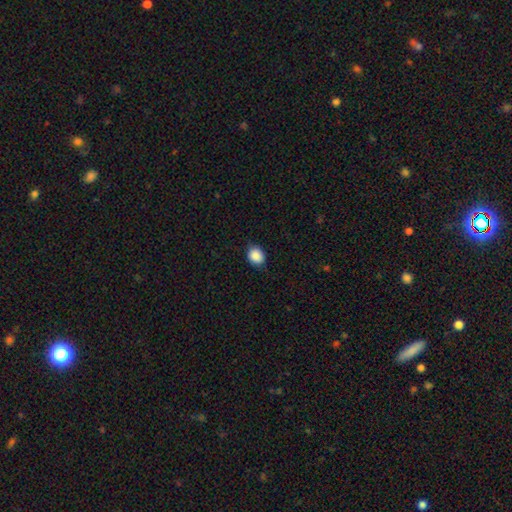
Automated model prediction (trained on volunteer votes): Overall: smooth (88%). How rounded: round (62%; in between 37%). Merging: none (85%).